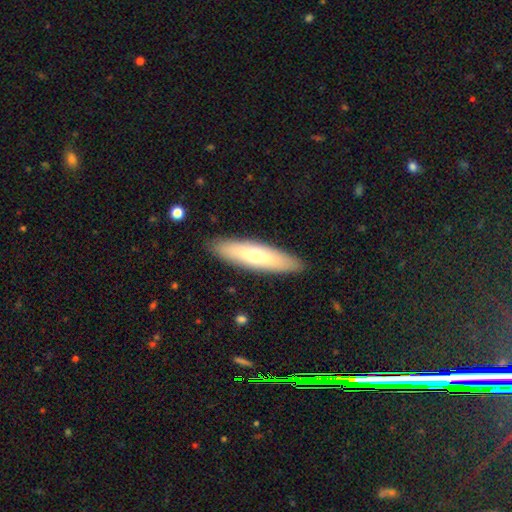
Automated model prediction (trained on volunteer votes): A smooth galaxy with no disk features (58%) that is cigar-shaped (68%).

Vote fractions:
- Smooth or featured? smooth: 58% / featured or disk: 37% / star or artifact: 5%
- How rounded? cigar-shaped: 68% / in between: 30% / round: 2%
- Merging? none: 89% / minor disturbance: 8% / major disturbance: 2% / merger: 1%